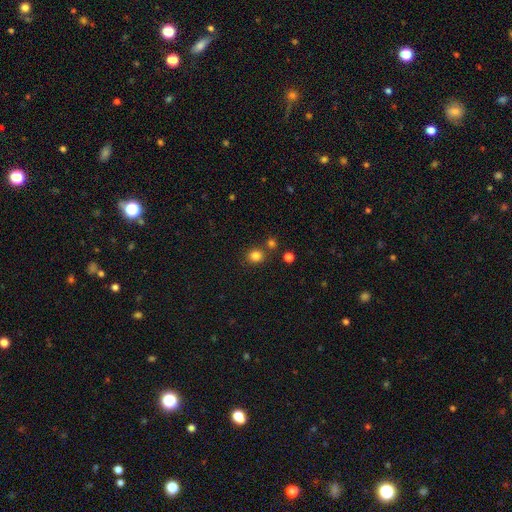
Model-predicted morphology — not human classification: This is clearly a smooth galaxy (83%). How rounded: likely round (79%). Merging: likely none (78%).